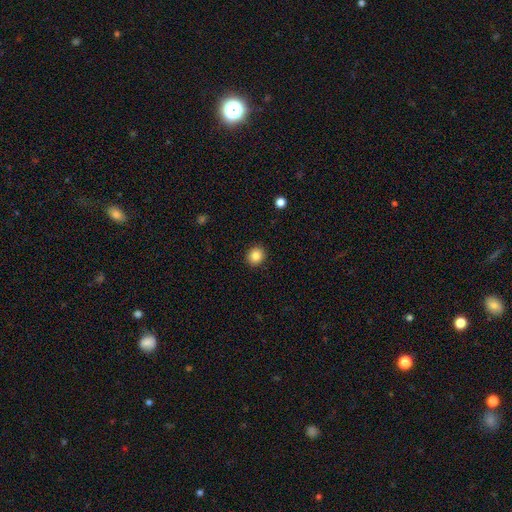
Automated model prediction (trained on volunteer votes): A smooth galaxy with no disk features (85%) that is round (82%). Merging: none (91%).